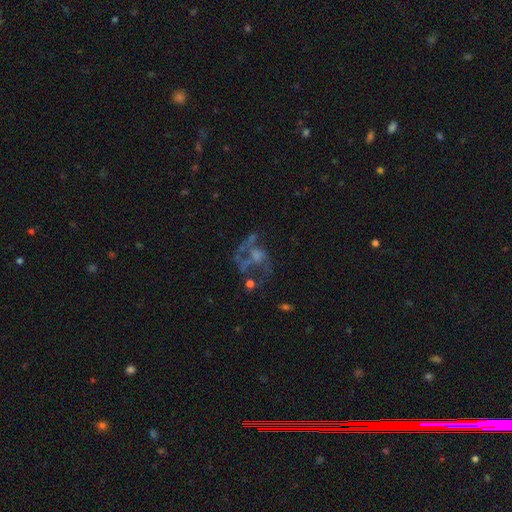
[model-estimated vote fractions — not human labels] The model was most divided on "spiral arms": no: 52%, yes: 48%. Remaining: edge-on disk — no (97%); bar — no (75%); smooth or featured — featured or disk (65%); merging — none (39%); bulge size — none (37%).